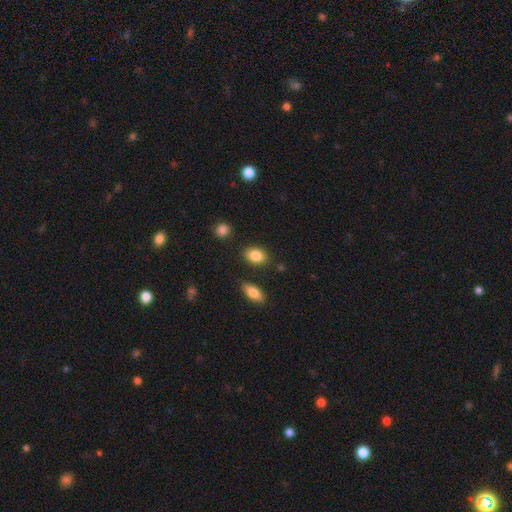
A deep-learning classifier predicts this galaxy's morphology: Smooth or featured: smooth — 86% (star or artifact — 8%)
How rounded: in between — 76% (round — 22%)
Merging: none — 83% (minor disturbance — 10%)